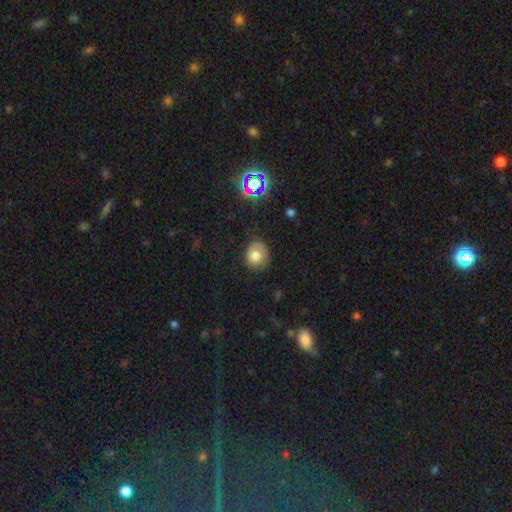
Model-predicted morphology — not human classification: Smooth or featured? smooth (72%)
How rounded? round (70%)
Merging? none (68%)